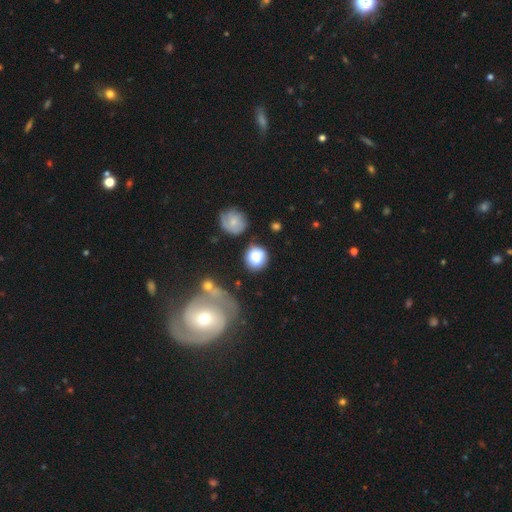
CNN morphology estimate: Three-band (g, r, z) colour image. It shows a smooth galaxy with no disk features (78%) that is round (79%). Merging: none (64%).